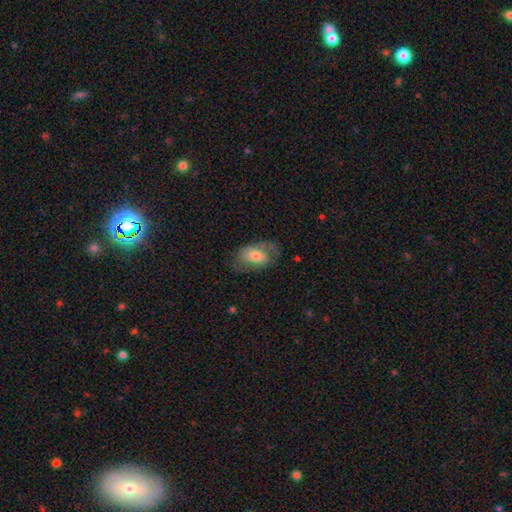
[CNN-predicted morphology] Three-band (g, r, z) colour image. It shows a featured or disk galaxy (52%). Merging: none (60%).